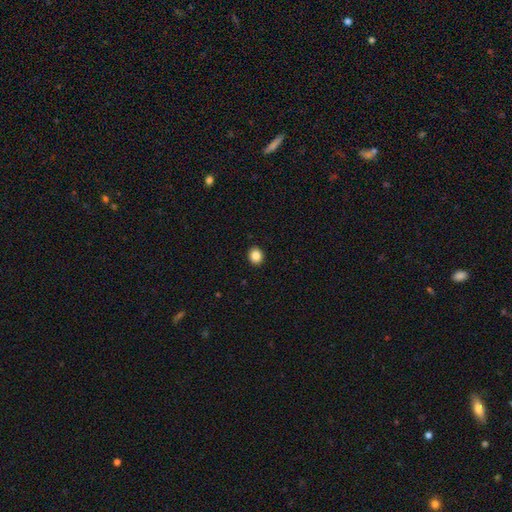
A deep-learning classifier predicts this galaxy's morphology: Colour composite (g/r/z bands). It shows a smooth galaxy with no disk features (86%) that is round (77%). Merging: none (92%).